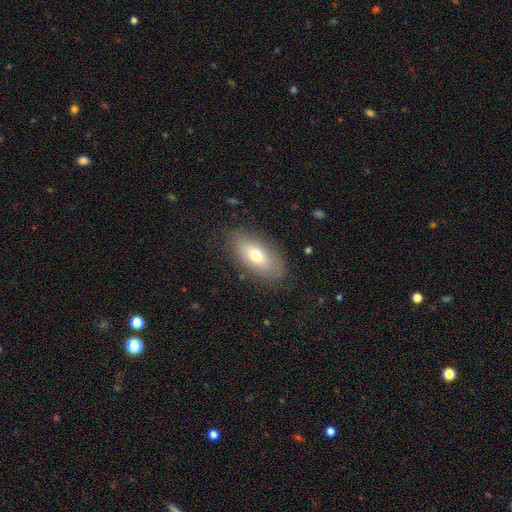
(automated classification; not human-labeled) The model was most divided on "smooth or featured": smooth: 67%, featured or disk: 24%, star or artifact: 8%. More confident: how rounded — in between (89%); merging — none (80%).